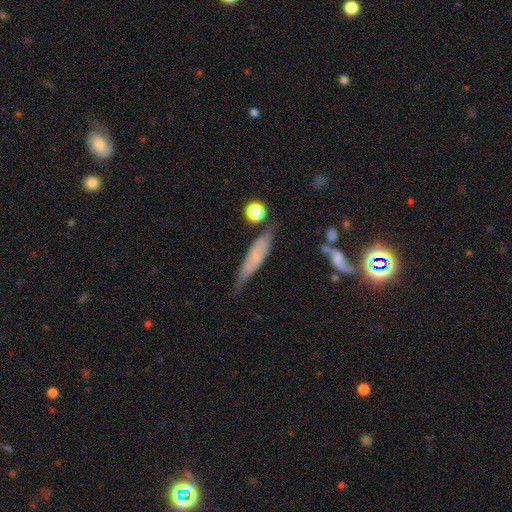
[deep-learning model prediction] A smooth galaxy with no disk features (54%) that is cigar-shaped (80%). Merging: none (61%).